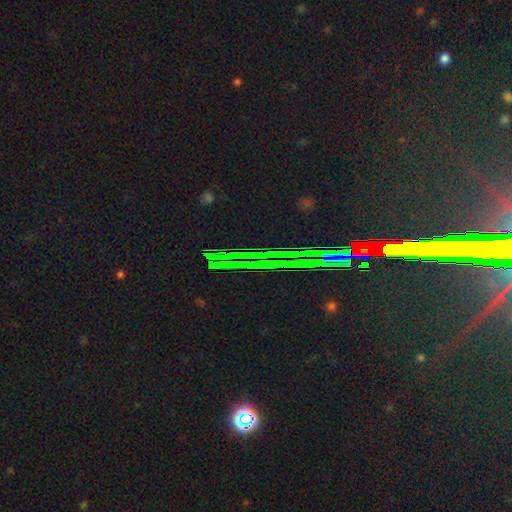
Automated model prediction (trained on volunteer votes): This appears to be a star or artifact, not a galaxy (78%).